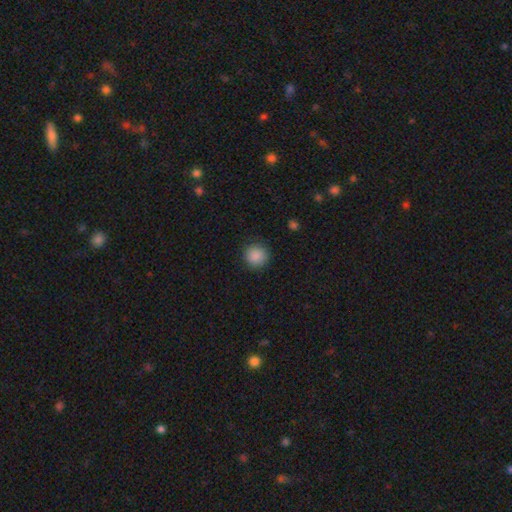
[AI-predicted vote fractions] smooth 89%, star or artifact 9%, featured or disk 3%. Down the decision tree: how rounded — round (94%); merging — none (89%).